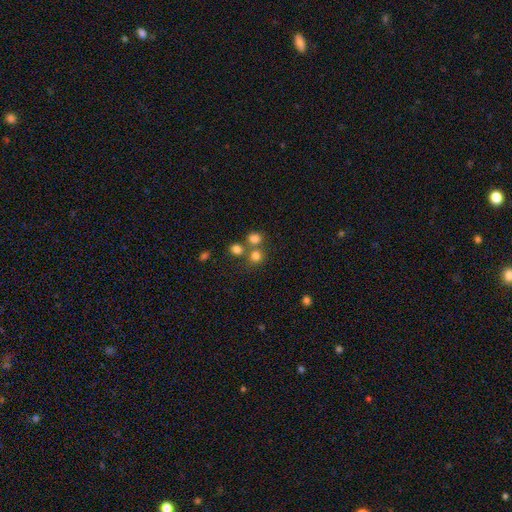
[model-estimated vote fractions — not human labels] A smooth galaxy with no disk features (76%) that is round (85%).

Vote fractions:
- Smooth or featured? smooth: 76% / star or artifact: 16% / featured or disk: 8%
- How rounded? round: 85% / in between: 14% / cigar-shaped: 1%
- Merging? none: 56% / merger: 33% / minor disturbance: 7% / major disturbance: 4%